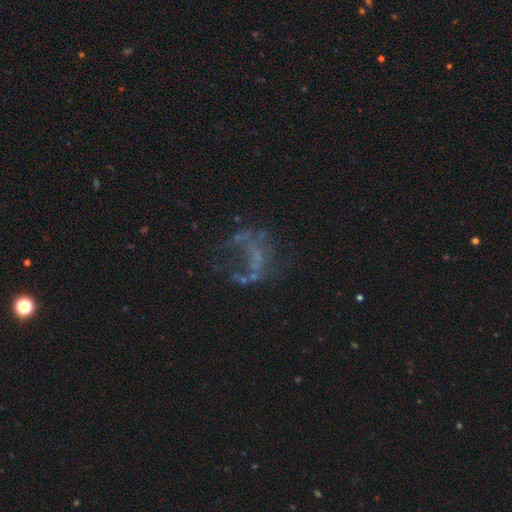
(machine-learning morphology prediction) Smooth or featured?
  - featured or disk: 59% *
  - star or artifact: 26%
  - smooth: 16%
Edge-on disk?
  - no: 97% *
  - yes: 3%
Bar?
  - no: 83% *
  - weak: 12%
  - strong: 5%
Spiral arms?
  - no: 77% *
  - yes: 23%
Bulge size?
  - none: 78% *
  - small: 16%
  - moderate: 4%
  - large: 1%
  - dominant: 1%
Merging?
  - major disturbance: 41% *
  - none: 38%
  - minor disturbance: 13%
  - merger: 8%